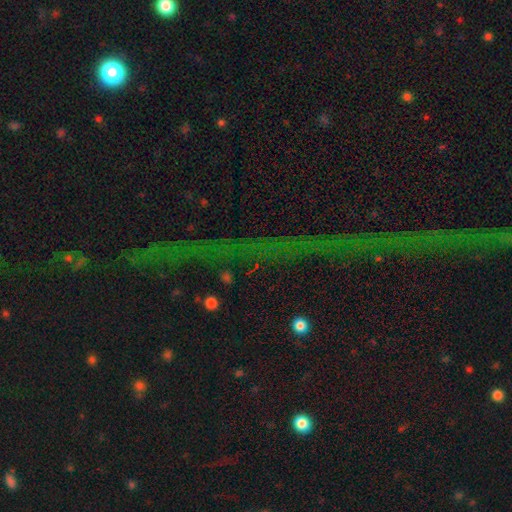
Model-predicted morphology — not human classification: Smooth or featured?
  - star or artifact: 79% *
  - featured or disk: 12%
  - smooth: 10%